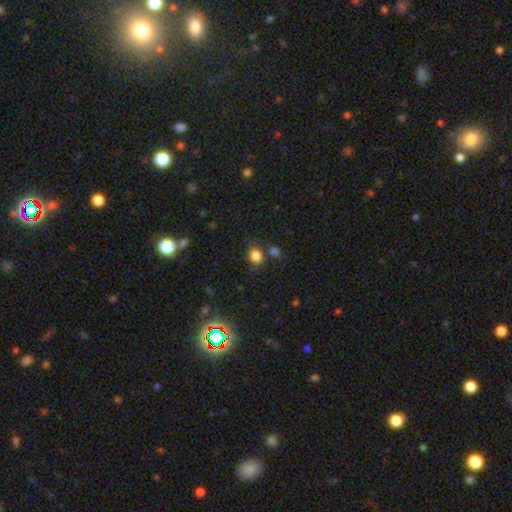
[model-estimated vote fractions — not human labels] Q: Smooth or featured?
A: smooth (82%); runner-up: star or artifact (13%)
Q: How rounded?
A: round (58%); runner-up: in between (41%)
Q: Merging?
A: none (74%); runner-up: minor disturbance (13%)